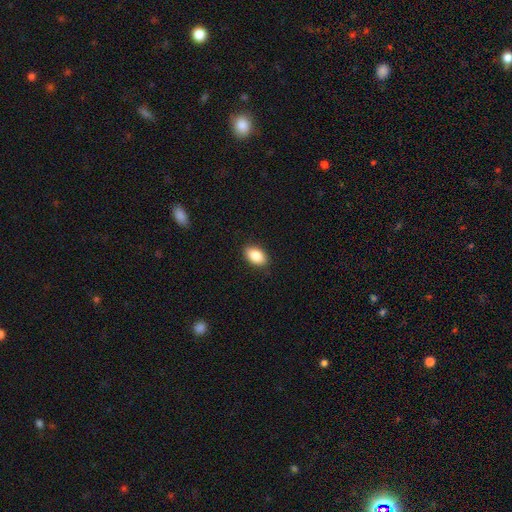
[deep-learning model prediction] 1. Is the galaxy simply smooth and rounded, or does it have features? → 87% smooth, 7% star or artifact, 6% featured or disk.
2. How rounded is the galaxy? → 92% in between, 6% round, 2% cigar-shaped.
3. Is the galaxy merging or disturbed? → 89% none, 8% minor disturbance, 2% major disturbance, 1% merger.